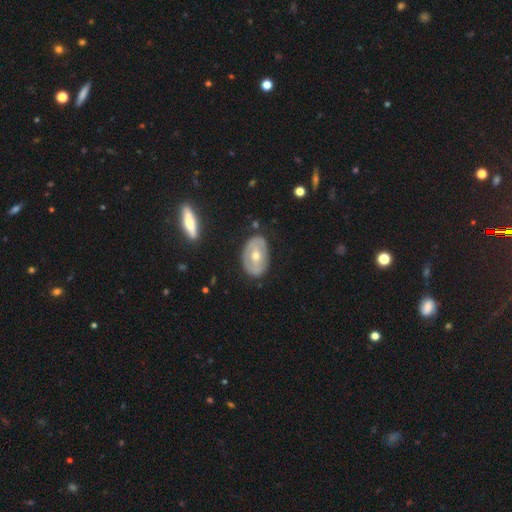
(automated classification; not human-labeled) The model was most divided on "smooth or featured": featured or disk: 61%, smooth: 33%, star or artifact: 6%. More confident: edge-on disk — no (89%); merging — none (78%); spiral arms — no (71%); bulge size — moderate (63%); bar — no (63%).